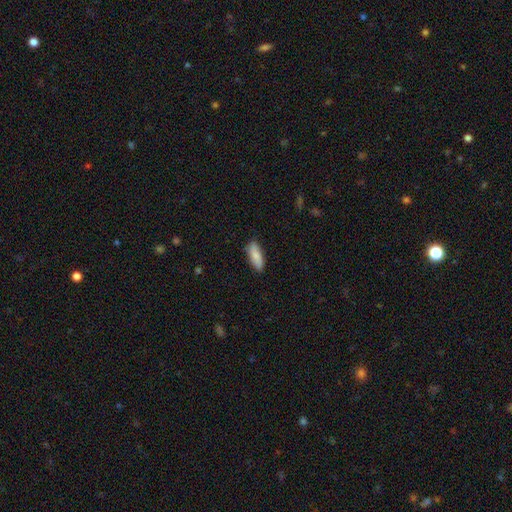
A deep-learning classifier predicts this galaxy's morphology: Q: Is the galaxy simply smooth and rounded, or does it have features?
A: smooth — 85%.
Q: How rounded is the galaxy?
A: in between — 67%.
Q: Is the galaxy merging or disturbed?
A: none — 83%.